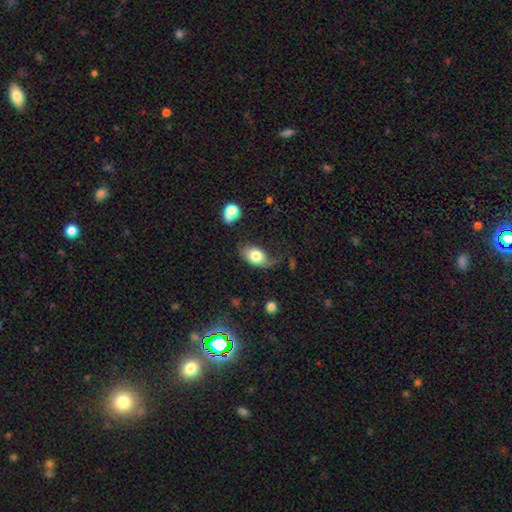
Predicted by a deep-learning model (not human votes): Smooth or featured: smooth — 75% (featured or disk — 17%)
How rounded: in between — 85% (round — 13%)
Merging: none — 41% (minor disturbance — 30%)